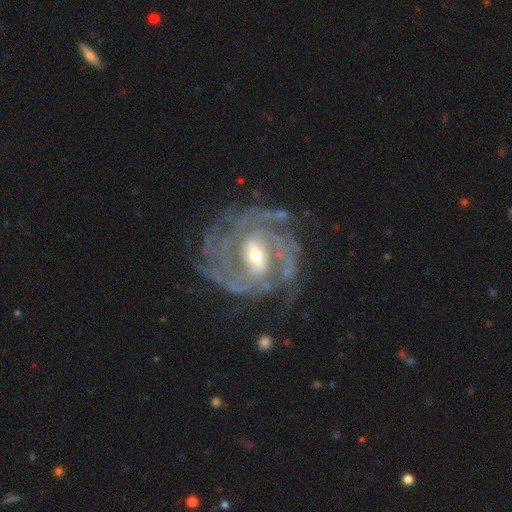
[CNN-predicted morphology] This appears to be a featured or disk galaxy (92%) with a strong bar (43%), 2 (44%) tight (49%) spiral arms (98%) and a moderate central bulge (51%). Merging: none (69%).